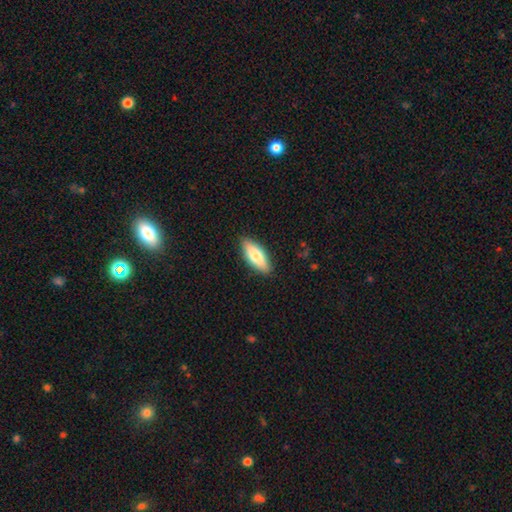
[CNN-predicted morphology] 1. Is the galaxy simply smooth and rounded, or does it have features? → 76% smooth, 19% featured or disk, 6% star or artifact.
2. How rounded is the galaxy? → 71% in between, 27% cigar-shaped, 2% round.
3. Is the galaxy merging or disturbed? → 88% none, 9% minor disturbance, 2% major disturbance, 1% merger.